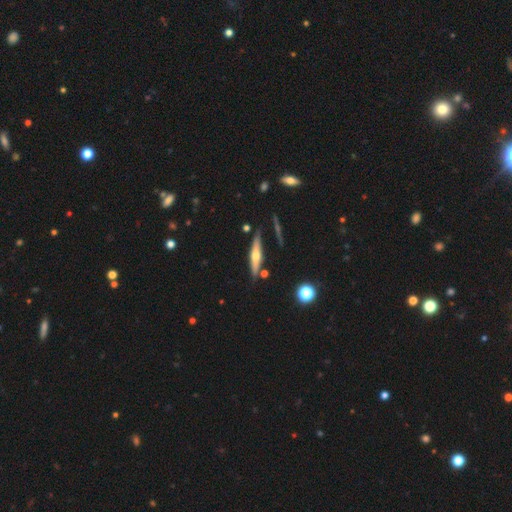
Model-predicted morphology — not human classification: A featured or disk galaxy (59%) viewed edge-on (94%) with a rounded central bulge (89%).

Vote fractions:
- Smooth or featured? featured or disk: 59% / smooth: 34% / star or artifact: 7%
- Edge-on disk? yes: 94% / no: 6%
- Edge-on bulge? rounded: 89% / boxy: 5% / none: 5%
- Merging? none: 79% / minor disturbance: 12% / merger: 6% / major disturbance: 3%